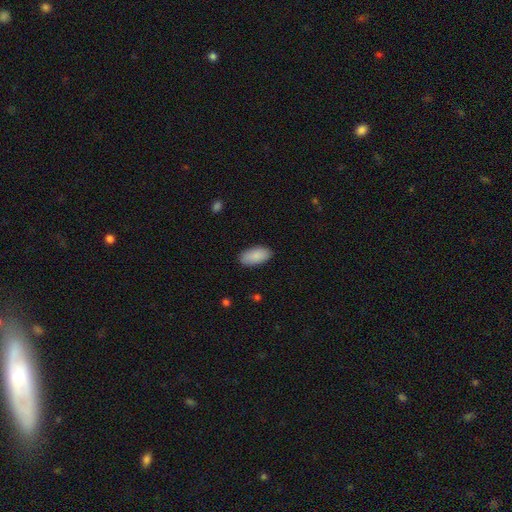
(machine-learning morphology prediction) Smooth or featured?
  - smooth: 89% *
  - star or artifact: 6%
  - featured or disk: 5%
How rounded?
  - in between: 95% *
  - cigar-shaped: 3%
  - round: 2%
Merging?
  - none: 87% *
  - minor disturbance: 10%
  - major disturbance: 2%
  - merger: 1%